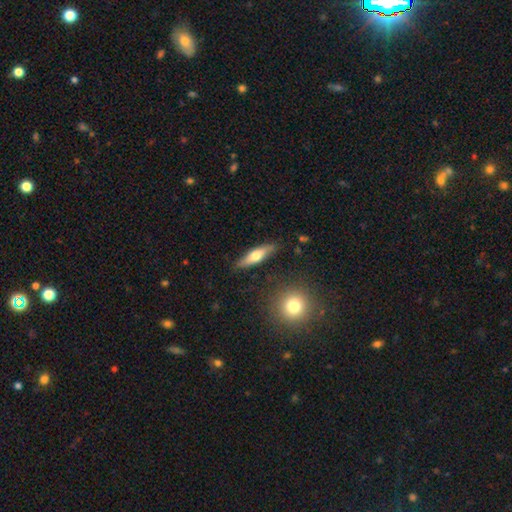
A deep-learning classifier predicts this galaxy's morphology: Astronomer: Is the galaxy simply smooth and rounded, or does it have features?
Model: smooth — 55% (runner-up: featured or disk, 39%).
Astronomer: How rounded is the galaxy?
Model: cigar-shaped — 62%.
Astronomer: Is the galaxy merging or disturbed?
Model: none — 85%.